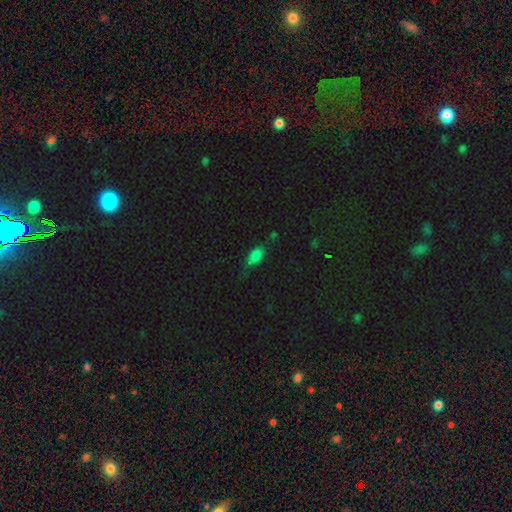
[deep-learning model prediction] Morphology: type=smooth (79%); roundness=in between (86%); merging=none (58%).